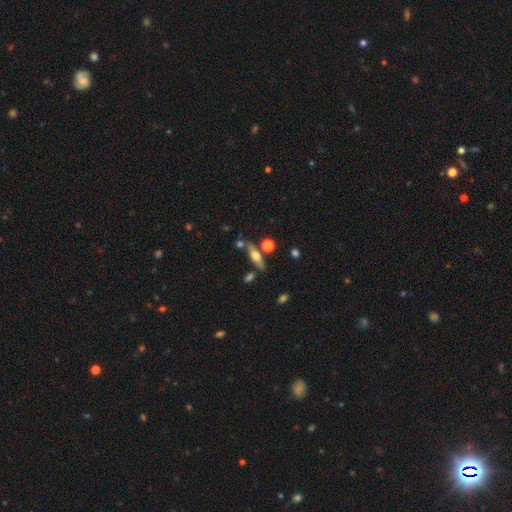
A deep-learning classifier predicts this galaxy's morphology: Smooth or featured: featured or disk — 52% (smooth — 39%)
Edge-on disk: yes — 88% (no — 12%)
Merging: none — 72% (minor disturbance — 13%)